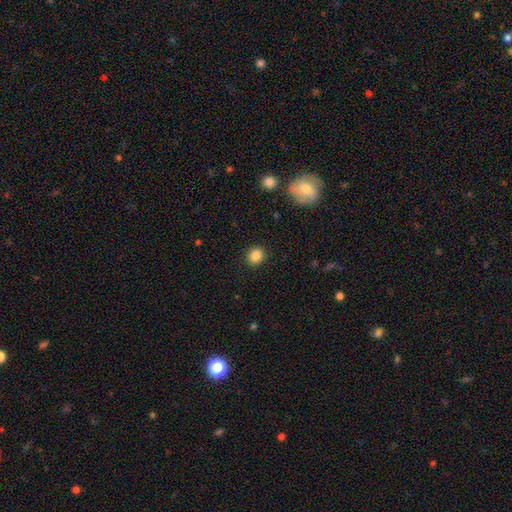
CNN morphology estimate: Smooth or featured?
  - smooth: 85% *
  - star or artifact: 11%
  - featured or disk: 4%
How rounded?
  - round: 81% *
  - in between: 18%
  - cigar-shaped: 1%
Merging?
  - none: 91% *
  - minor disturbance: 6%
  - major disturbance: 2%
  - merger: 1%